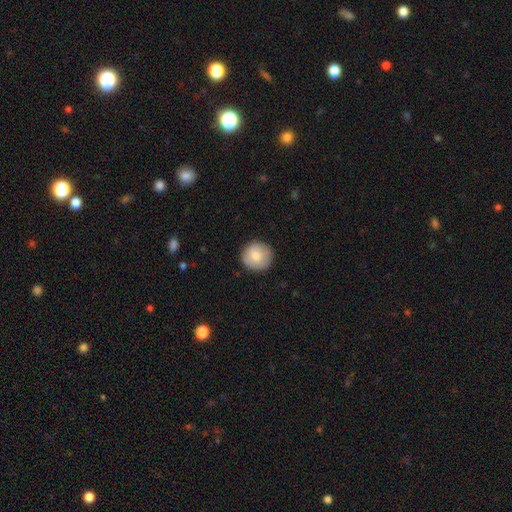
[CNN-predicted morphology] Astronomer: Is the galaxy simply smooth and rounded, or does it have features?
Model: smooth — 78%.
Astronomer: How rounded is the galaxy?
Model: round — 93%.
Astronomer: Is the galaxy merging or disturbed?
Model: none — 88%.